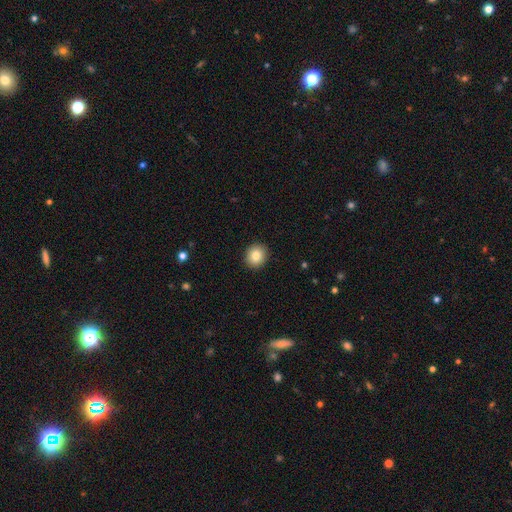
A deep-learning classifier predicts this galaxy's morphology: A smooth galaxy with no disk features (83%) that is round (78%).

Vote fractions:
- Smooth or featured? smooth: 83% / star or artifact: 9% / featured or disk: 8%
- How rounded? round: 78% / in between: 21% / cigar-shaped: 1%
- Merging? none: 92% / minor disturbance: 6% / major disturbance: 2% / merger: 1%